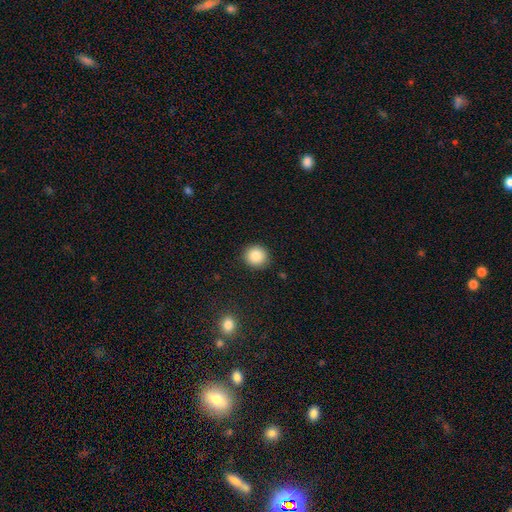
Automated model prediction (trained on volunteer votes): Morphology: type=smooth (86%); roundness=round (90%); merging=none (90%).